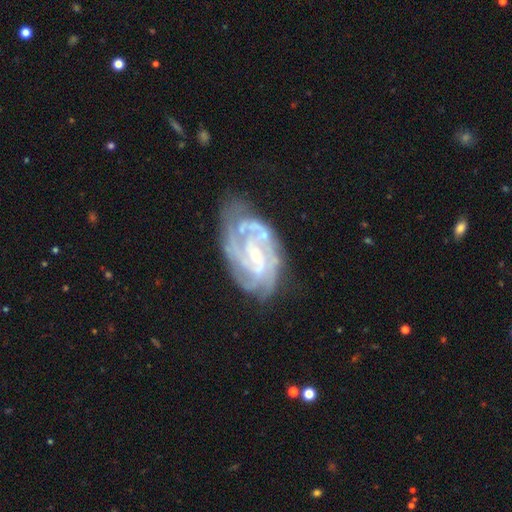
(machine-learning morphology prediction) Q: Smooth or featured?
A: featured or disk (89%); runner-up: smooth (6%)
Q: Edge-on disk?
A: no (97%); runner-up: yes (3%)
Q: Bar?
A: weak (44%); runner-up: no (38%)
Q: Spiral arms?
A: yes (97%); runner-up: no (3%)
Q: Spiral winding?
A: tight (65%); runner-up: medium (30%)
Q: Spiral arm count?
A: 3 (28%); runner-up: can't tell (23%)
Q: Bulge size?
A: small (67%); runner-up: moderate (27%)
Q: Merging?
A: none (65%); runner-up: minor disturbance (23%)